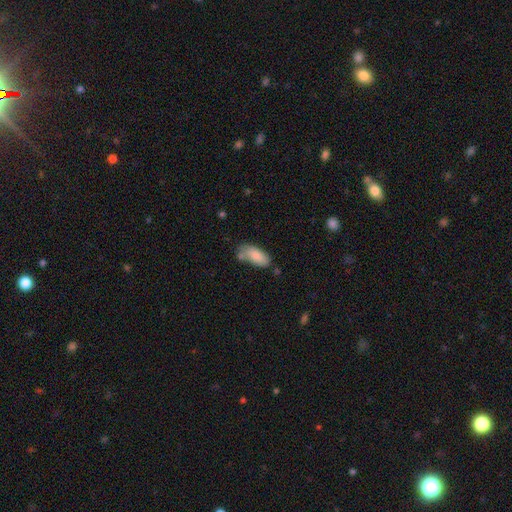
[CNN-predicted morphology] This appears to be a smooth galaxy with no disk features (84%) that is in between round and cigar-shaped (84%). Merging: none (58%).